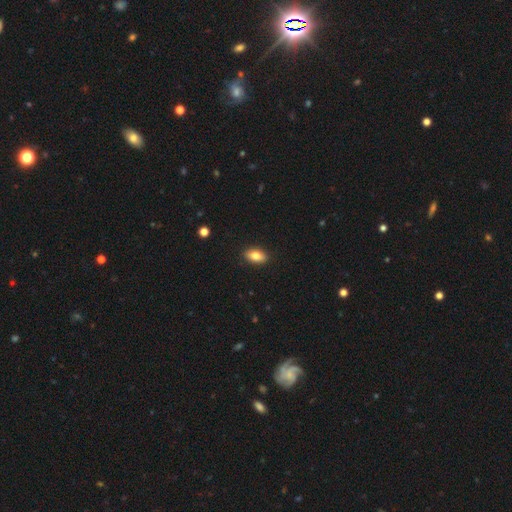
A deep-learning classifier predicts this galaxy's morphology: type=smooth (81%); roundness=in between (89%); merging=none (90%).